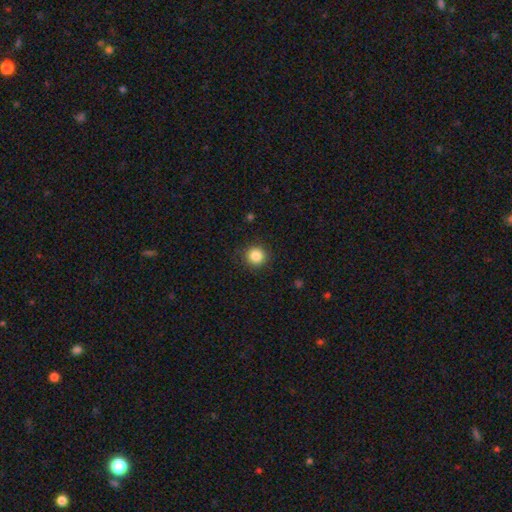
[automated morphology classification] smooth-or-featured: smooth: 85% | star or artifact: 10% | featured or disk: 4%
  how-rounded: round: 94% | in between: 5% | cigar-shaped: 1%
  merging: none: 89% | minor disturbance: 7% | major disturbance: 3% | merger: 1%